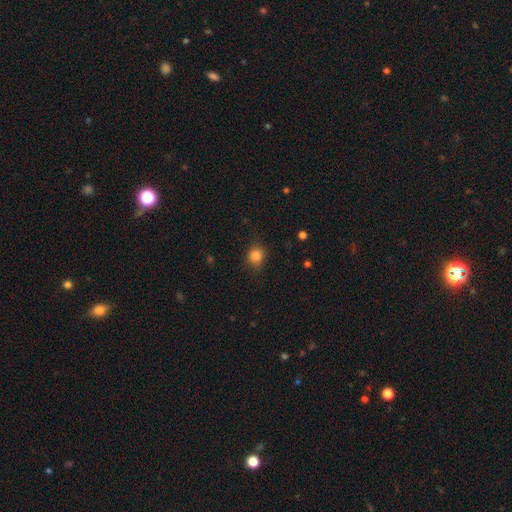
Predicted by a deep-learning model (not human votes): A smooth galaxy with no disk features (83%) that is round (77%). Merging: none (80%).